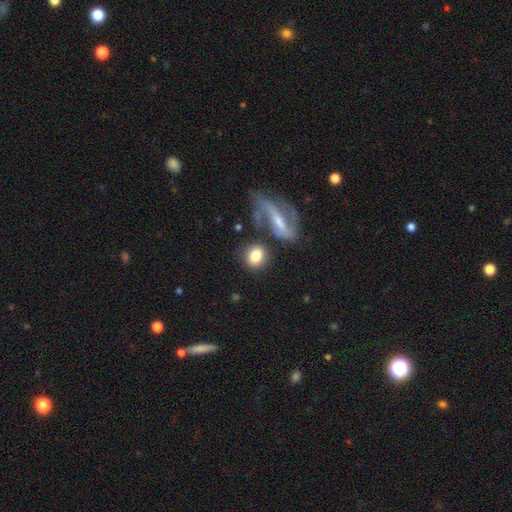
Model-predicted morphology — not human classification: smooth 77%, featured or disk 16%, star or artifact 7%. Down the decision tree: how rounded — round (64%); merging — none (60%).